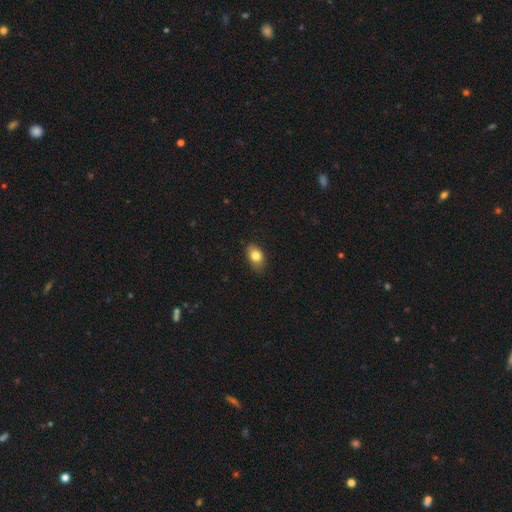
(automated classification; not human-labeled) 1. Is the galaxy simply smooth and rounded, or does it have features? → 82% smooth, 9% featured or disk, 8% star or artifact.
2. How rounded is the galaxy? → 83% in between, 15% round, 2% cigar-shaped.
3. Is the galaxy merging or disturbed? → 80% none, 16% minor disturbance, 3% major disturbance, 1% merger.